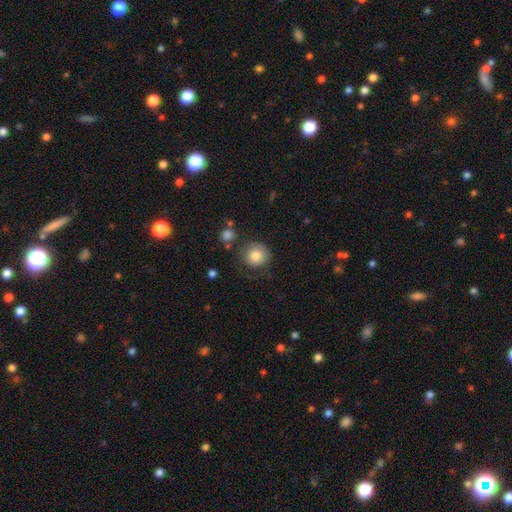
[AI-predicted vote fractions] Morphology: type=smooth (81%); roundness=round (92%); merging=none (73%).